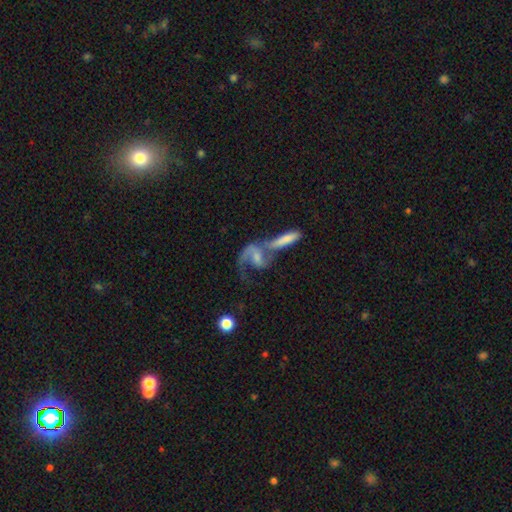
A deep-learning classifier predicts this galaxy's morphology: smooth_or_featured: featured or disk (p=0.72) [alt: smooth p=0.20]
disk_edge_on: no (p=0.93) [alt: yes p=0.07]
bar: no (p=0.44) [alt: weak p=0.41]
has_spiral_arms: yes (p=0.89) [alt: no p=0.11]
spiral_winding: loose (p=0.52) [alt: medium p=0.37]
spiral_arm_count: 2 (p=0.66) [alt: 1 p=0.25]
bulge_size: moderate (p=0.34) [alt: small p=0.33]
merging: merger (p=0.49) [alt: none p=0.25]